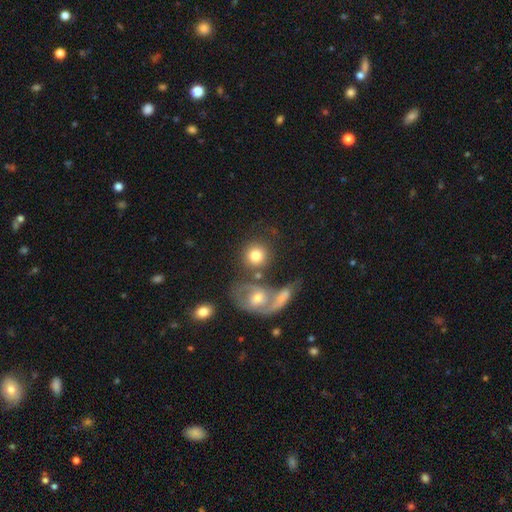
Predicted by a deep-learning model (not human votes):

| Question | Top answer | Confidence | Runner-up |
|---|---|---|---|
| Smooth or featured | smooth | 71% | featured or disk (21%) |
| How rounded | round | 85% | in between (14%) |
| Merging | none | 52% | merger (28%) |